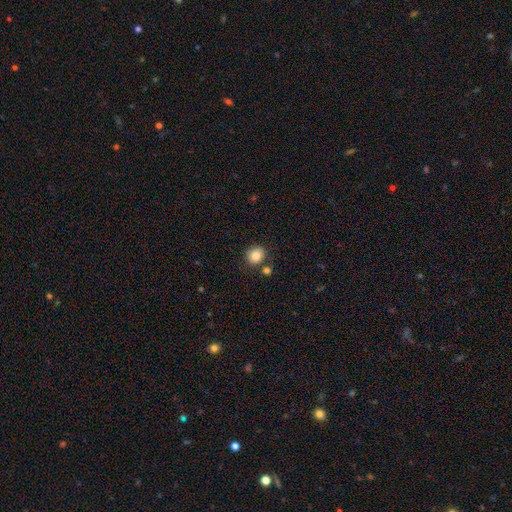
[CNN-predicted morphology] Overall: smooth (85%). How rounded: round (84%). Merging: none (77%).